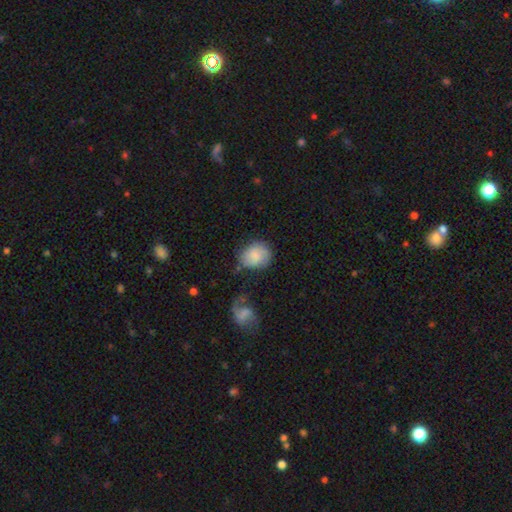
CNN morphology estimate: This appears to be a smooth galaxy with no disk features (76%) that is round (56%). Merging: none (62%).